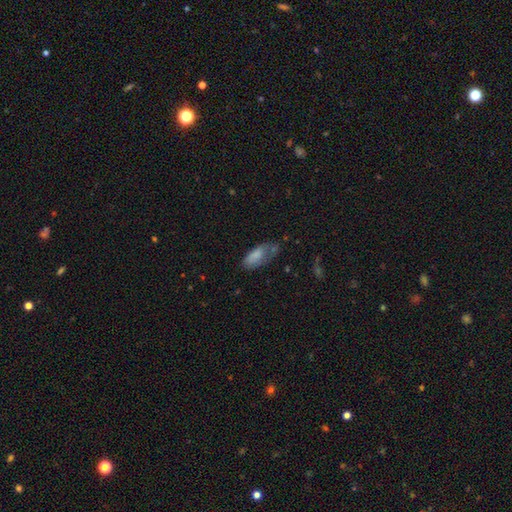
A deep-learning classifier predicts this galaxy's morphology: Smooth or featured: smooth — 75% (featured or disk — 17%)
How rounded: in between — 86% (cigar-shaped — 11%)
Merging: none — 39% (minor disturbance — 35%)